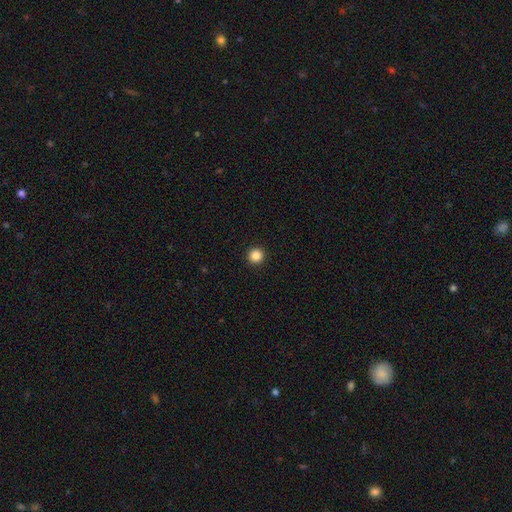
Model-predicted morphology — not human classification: smooth-or-featured: smooth: 86% | star or artifact: 11% | featured or disk: 3%
  how-rounded: round: 96% | in between: 3% | cigar-shaped: 1%
  merging: none: 94% | minor disturbance: 4% | major disturbance: 1% | merger: 1%